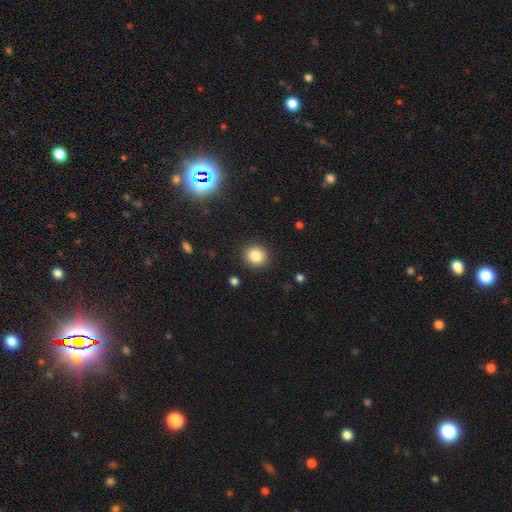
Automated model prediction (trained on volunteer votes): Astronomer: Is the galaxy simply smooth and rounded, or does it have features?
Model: smooth — 83%.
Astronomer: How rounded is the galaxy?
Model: round — 90%.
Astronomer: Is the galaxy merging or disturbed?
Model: none — 91%.